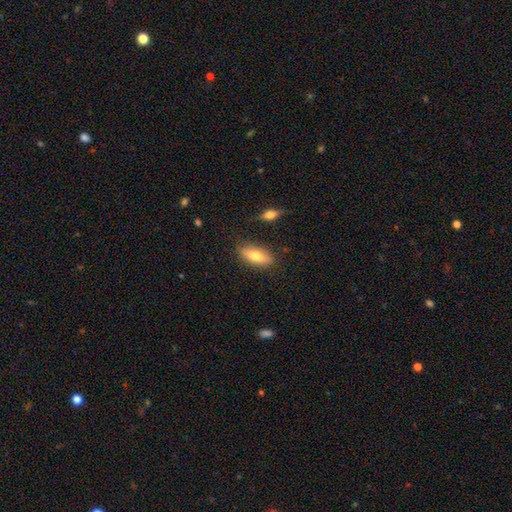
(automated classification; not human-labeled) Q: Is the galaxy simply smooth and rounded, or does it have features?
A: smooth — 71%.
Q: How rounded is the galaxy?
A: in between — 72%.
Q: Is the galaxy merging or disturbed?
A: none — 81%.